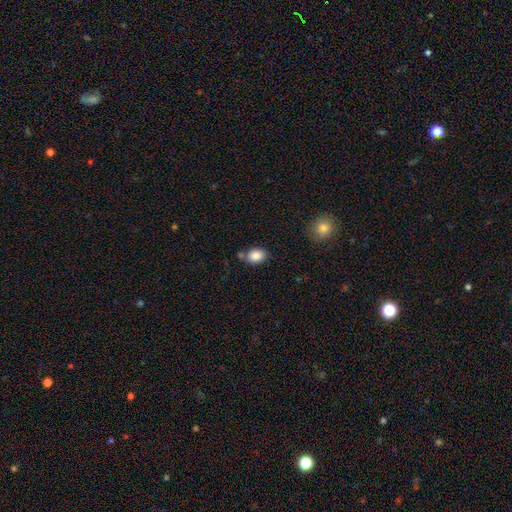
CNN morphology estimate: Smooth or featured? smooth (86%)
How rounded? in between (62%)
Merging? none (67%)